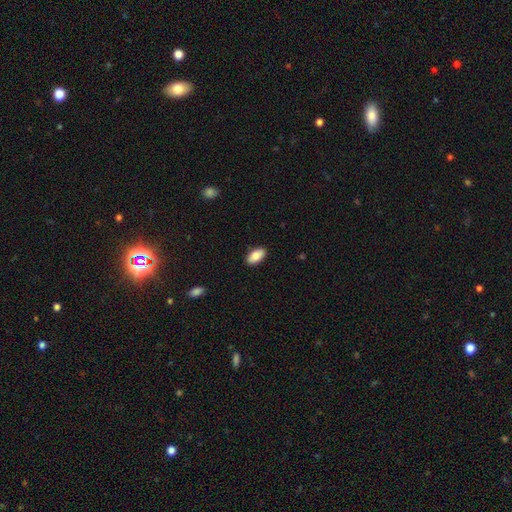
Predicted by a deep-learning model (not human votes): Morphology: type=smooth (82%); roundness=in between (94%); merging=none (89%).